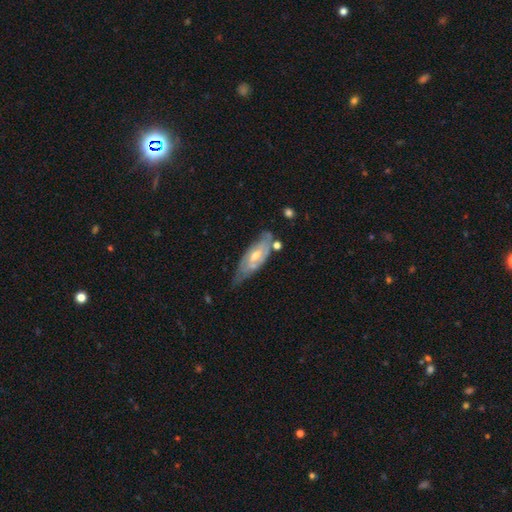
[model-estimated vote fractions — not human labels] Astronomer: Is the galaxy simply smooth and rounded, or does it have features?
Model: featured or disk — 68%.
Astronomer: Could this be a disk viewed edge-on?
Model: no — 78%.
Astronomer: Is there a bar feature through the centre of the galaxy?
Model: no — 50% (runner-up: weak, 40%).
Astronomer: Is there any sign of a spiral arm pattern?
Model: yes — 68%.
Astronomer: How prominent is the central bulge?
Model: moderate — 64%.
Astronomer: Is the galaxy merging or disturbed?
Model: none — 49% (runner-up: minor disturbance, 32%).